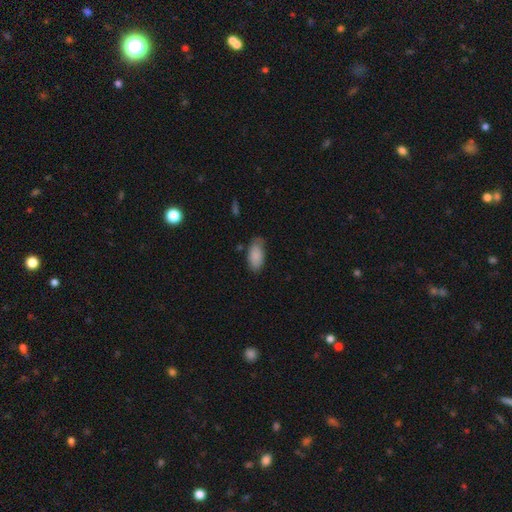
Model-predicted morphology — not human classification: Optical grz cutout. It shows a smooth galaxy with no disk features (87%) that is in between round and cigar-shaped (93%). Merging: none (66%).